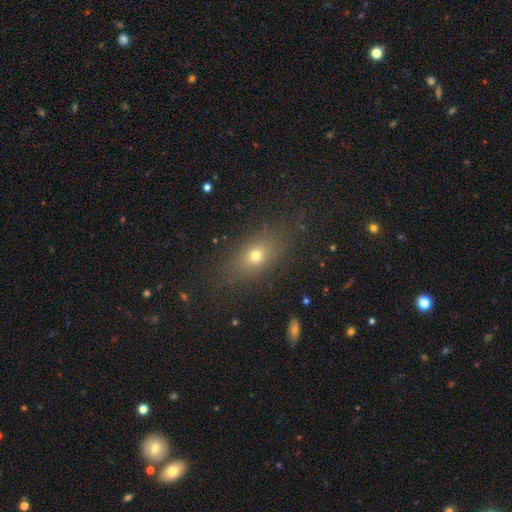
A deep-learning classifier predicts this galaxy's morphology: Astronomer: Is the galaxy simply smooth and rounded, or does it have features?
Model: smooth — 69%.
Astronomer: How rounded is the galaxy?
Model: in between — 68%.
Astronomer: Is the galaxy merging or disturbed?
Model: none — 81%.